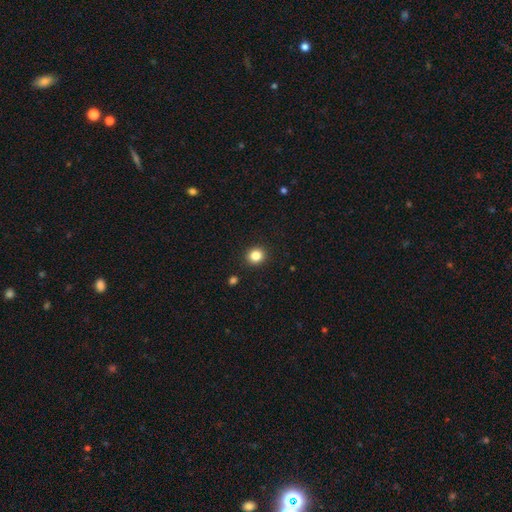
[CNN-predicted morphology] smooth 84%, star or artifact 11%, featured or disk 5%. Down the decision tree: how rounded — round (88%); merging — none (92%).